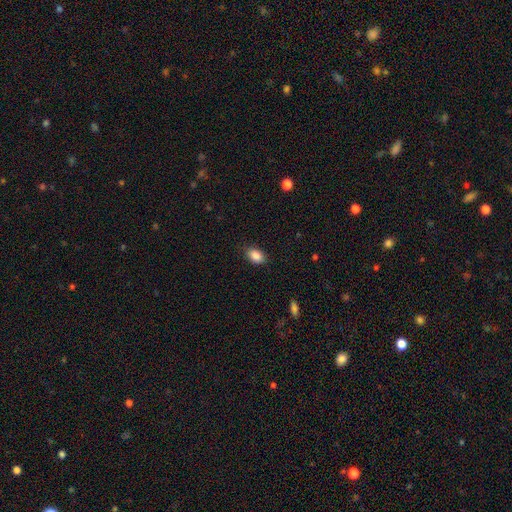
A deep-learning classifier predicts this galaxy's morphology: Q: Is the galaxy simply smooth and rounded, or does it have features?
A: smooth — 88%.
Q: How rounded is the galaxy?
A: in between — 84%.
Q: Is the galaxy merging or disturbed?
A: none — 86%.